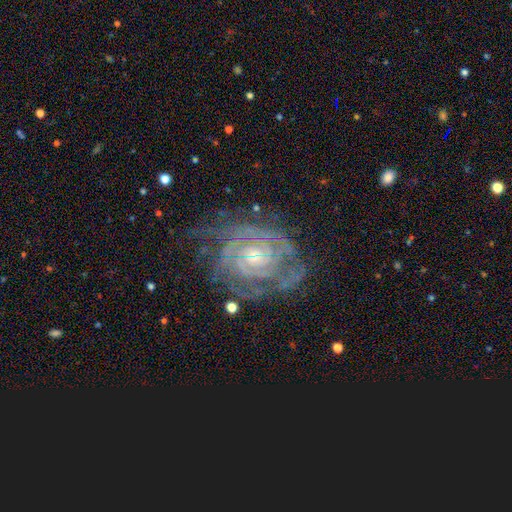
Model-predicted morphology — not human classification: smooth-or-featured: featured or disk: 81% | star or artifact: 12% | smooth: 7%
  disk-edge-on: no: 96% | yes: 4%
    bar: no: 66% | weak: 25% | strong: 9%
    has-spiral-arms: yes: 95% | no: 5%
      spiral-winding: tight: 75% | medium: 20% | loose: 4%
      spiral-arm-count: can't tell: 33% | 2: 23% | 3: 17% | 4: 11% | more than 4: 8% | 1: 8%
    bulge-size: small: 48% | moderate: 44% | large: 4% | none: 3% | dominant: 1%
  merging: none: 72% | minor disturbance: 17% | major disturbance: 9% | merger: 2%